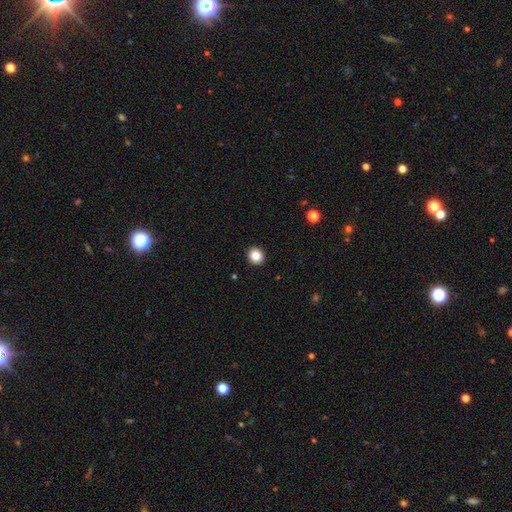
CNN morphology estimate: Smooth or featured: smooth — 85% (star or artifact — 10%)
How rounded: round — 87% (in between — 12%)
Merging: none — 93% (minor disturbance — 4%)